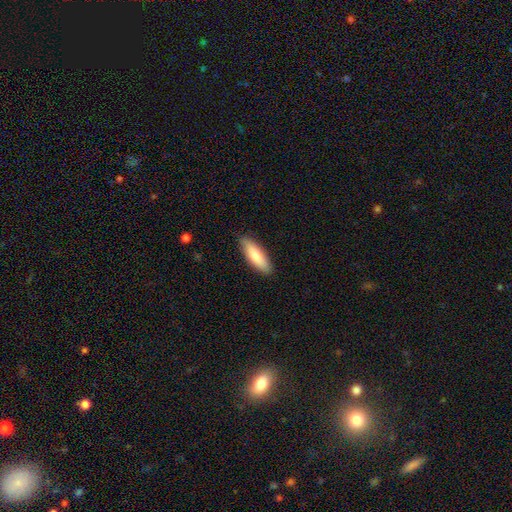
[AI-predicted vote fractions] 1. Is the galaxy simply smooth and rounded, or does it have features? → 84% smooth, 11% featured or disk, 5% star or artifact.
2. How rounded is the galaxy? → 52% in between, 46% cigar-shaped, 2% round.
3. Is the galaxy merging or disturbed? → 88% none, 9% minor disturbance, 2% major disturbance, 1% merger.